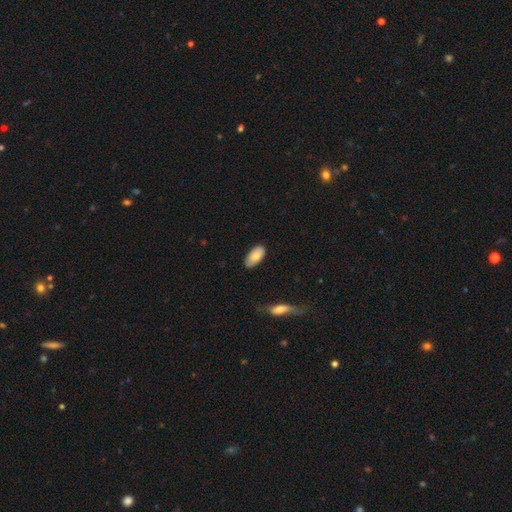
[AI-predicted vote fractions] Smooth or featured?
  - smooth: 78% *
  - featured or disk: 16%
  - star or artifact: 6%
How rounded?
  - in between: 94% *
  - cigar-shaped: 3%
  - round: 2%
Merging?
  - none: 81% *
  - minor disturbance: 15%
  - major disturbance: 3%
  - merger: 2%